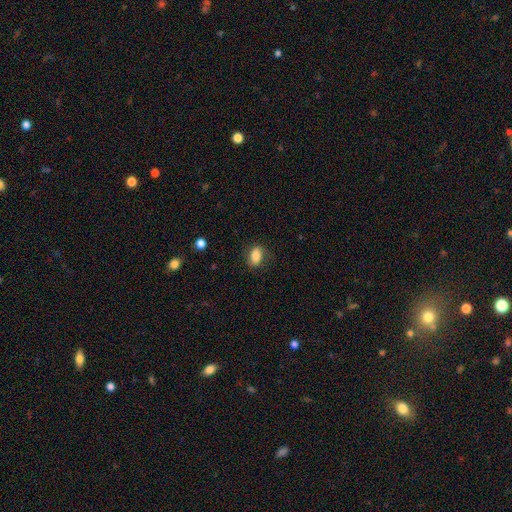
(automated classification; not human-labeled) Smooth or featured? smooth (84%)
How rounded? in between (85%)
Merging? none (80%)